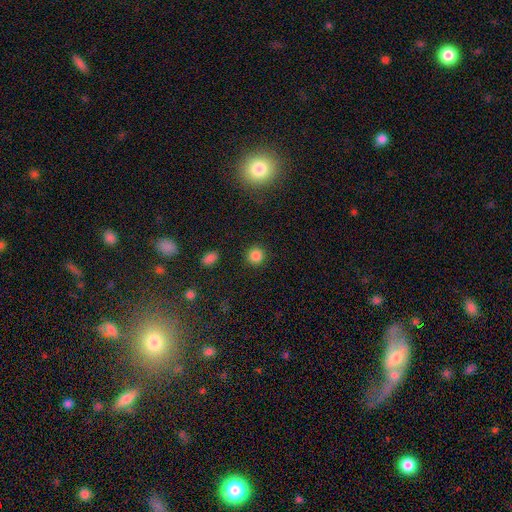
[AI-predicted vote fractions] Smooth or featured: smooth — 84% (star or artifact — 12%)
How rounded: round — 93% (in between — 6%)
Merging: none — 90% (minor disturbance — 6%)